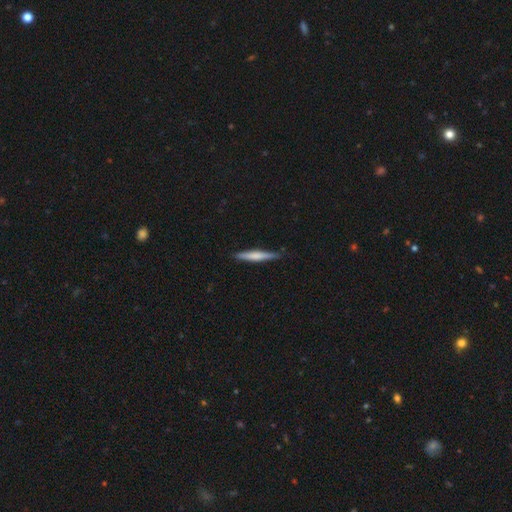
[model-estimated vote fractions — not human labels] A smooth galaxy with no disk features (57%) that is cigar-shaped (94%). Merging: none (86%).